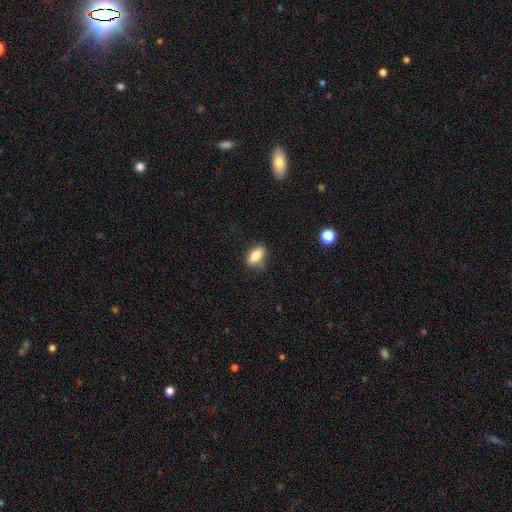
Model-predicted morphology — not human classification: This appears to be a smooth galaxy with no disk features (83%) that is in between round and cigar-shaped (86%). Merging: none (75%).